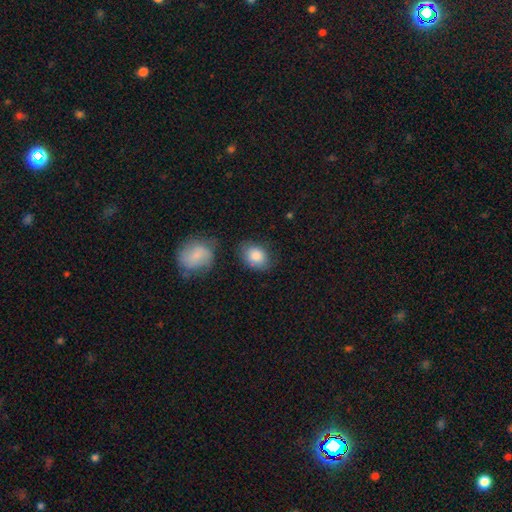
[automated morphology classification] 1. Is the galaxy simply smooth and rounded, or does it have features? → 86% smooth, 8% featured or disk, 6% star or artifact.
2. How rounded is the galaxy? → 66% in between, 33% round, 1% cigar-shaped.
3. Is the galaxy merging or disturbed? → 67% none, 21% minor disturbance, 7% merger, 6% major disturbance.